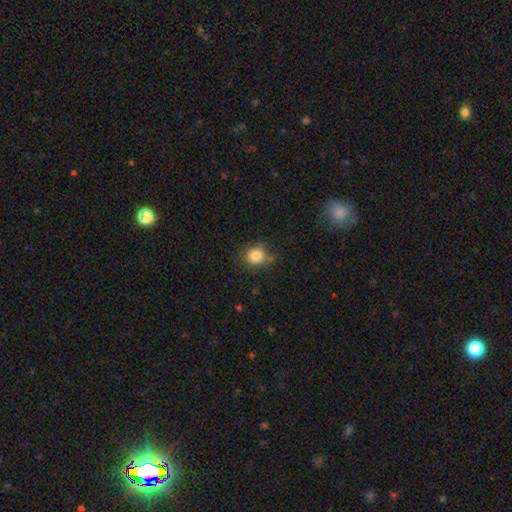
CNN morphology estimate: The model was most divided on "how rounded": round: 80%, in between: 19%, cigar-shaped: 1%. More confident: smooth or featured — smooth (84%); merging — none (80%).